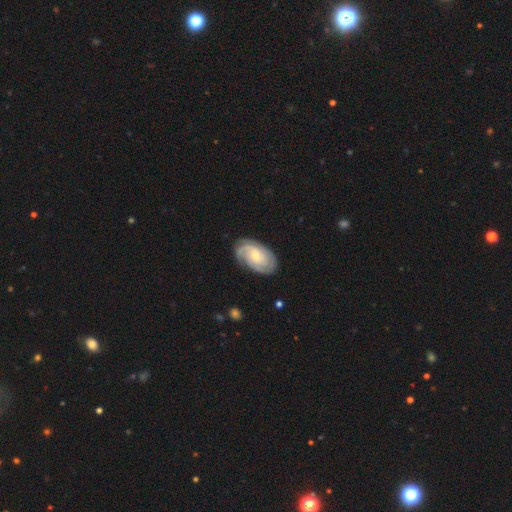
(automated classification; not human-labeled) A featured or disk galaxy (81%) with no bar (62%), 3 (31%) tight (63%) spiral arms (97%) and a small central bulge (60%).

Vote fractions:
- Smooth or featured? featured or disk: 81% / smooth: 14% / star or artifact: 5%
- Edge-on disk? no: 97% / yes: 3%
- Bar? no: 62% / weak: 33% / strong: 5%
- Spiral arms? yes: 97% / no: 3%
- Spiral winding? tight: 63% / medium: 30% / loose: 7%
- Spiral arm count? 3: 31% / 2: 25% / can't tell: 25% / 4: 10% / 1: 5% / more than 4: 5%
- Bulge size? small: 60% / moderate: 33% / none: 3% / large: 2% / dominant: 1%
- Merging? none: 77% / minor disturbance: 17% / major disturbance: 5% / merger: 1%